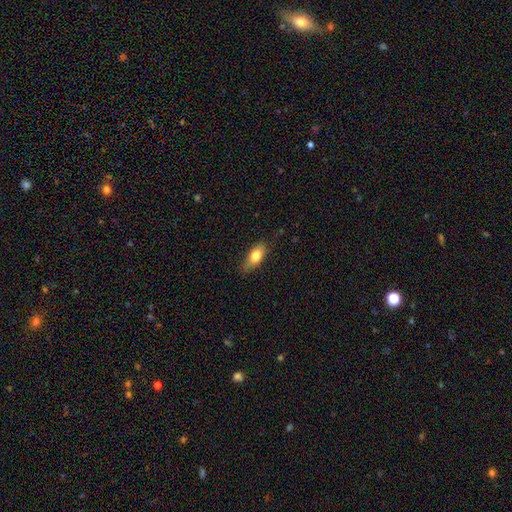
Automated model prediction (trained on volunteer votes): smooth 76%, featured or disk 17%, star or artifact 7%. Down the decision tree: how rounded — in between (81%); merging — none (78%).